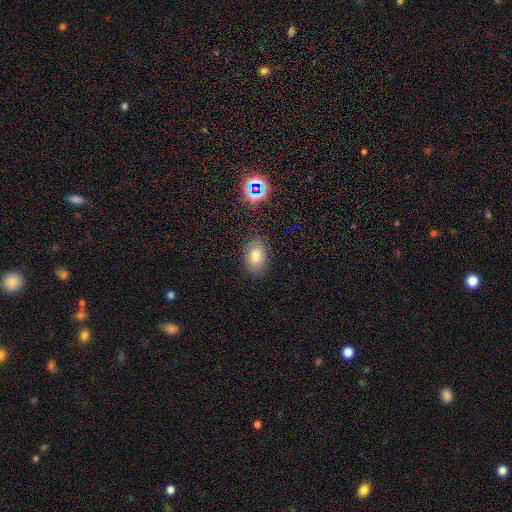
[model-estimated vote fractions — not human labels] This is likely a smooth galaxy (71%). How rounded: clearly in between (83%). Merging: clearly none (83%).